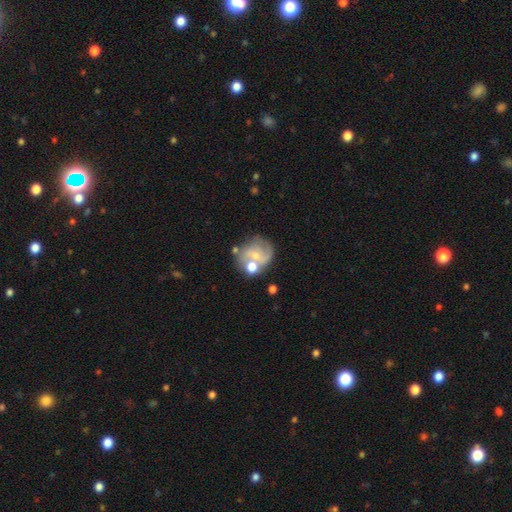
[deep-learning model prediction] Q: Smooth or featured?
A: featured or disk (58%); runner-up: smooth (33%)
Q: Edge-on disk?
A: no (98%); runner-up: yes (2%)
Q: Bar?
A: no (61%); runner-up: weak (32%)
Q: Spiral arms?
A: yes (75%); runner-up: no (25%)
Q: Bulge size?
A: small (55%); runner-up: moderate (33%)
Q: Merging?
A: none (46%); runner-up: merger (25%)